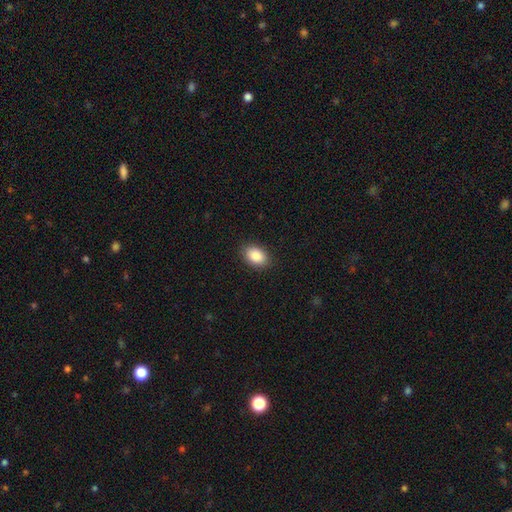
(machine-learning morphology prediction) Smooth or featured? Predicted: smooth (p=0.89). How rounded? Predicted: in between (p=0.87). Merging? Predicted: none (p=0.88).